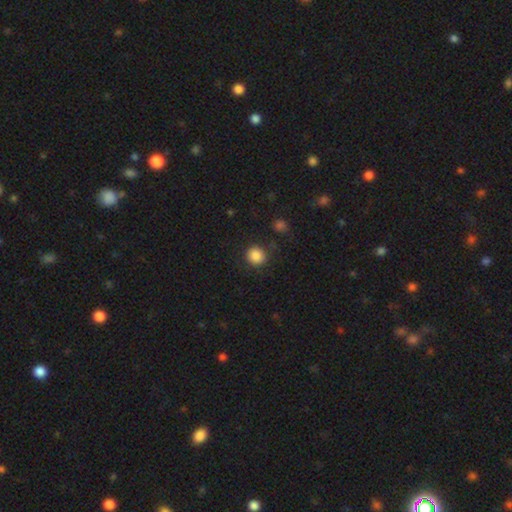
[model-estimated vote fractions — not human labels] This is clearly a smooth galaxy (86%). How rounded: clearly round (90%). Merging: clearly none (87%).